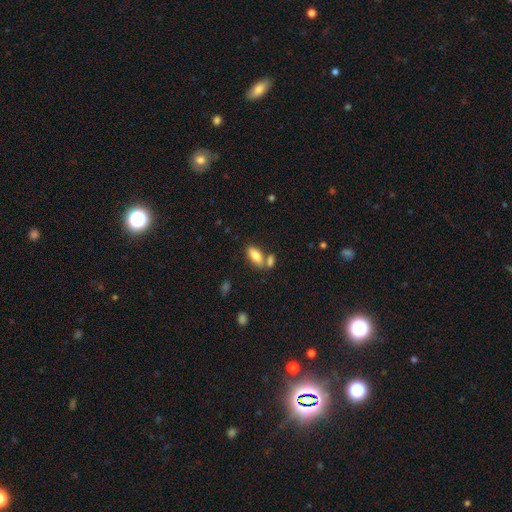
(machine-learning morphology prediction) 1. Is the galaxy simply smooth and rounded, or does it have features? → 82% smooth, 11% featured or disk, 7% star or artifact.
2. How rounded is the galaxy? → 79% in between, 18% cigar-shaped, 3% round.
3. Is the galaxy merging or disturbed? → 58% none, 27% merger, 11% minor disturbance, 4% major disturbance.